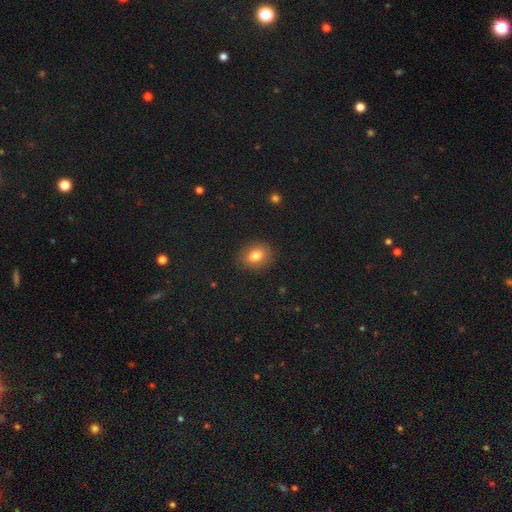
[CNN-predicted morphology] A smooth galaxy with no disk features (81%) that is in between round and cigar-shaped (54%). Merging: none (87%).